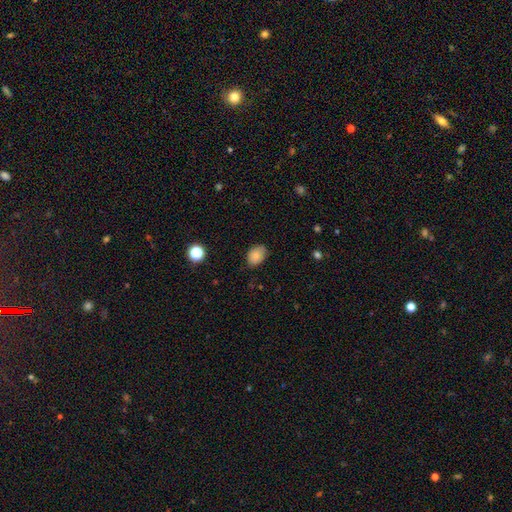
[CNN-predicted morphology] A smooth galaxy with no disk features (83%) that is in between round and cigar-shaped (78%). Merging: none (78%).